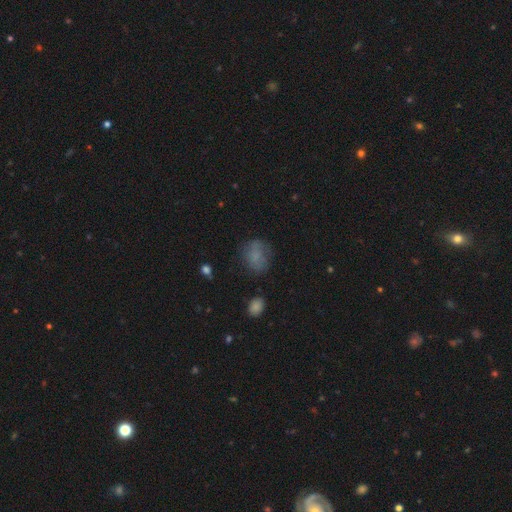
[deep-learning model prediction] A smooth galaxy with no disk features (68%) that is round (55%). Merging: none (61%).